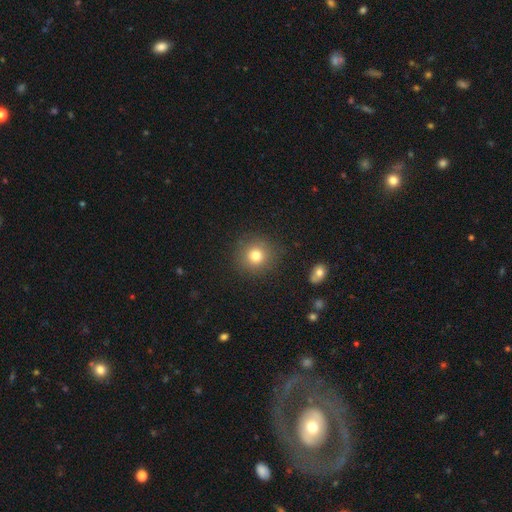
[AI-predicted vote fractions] Morphology: type=smooth (79%); roundness=round (92%); merging=none (87%).